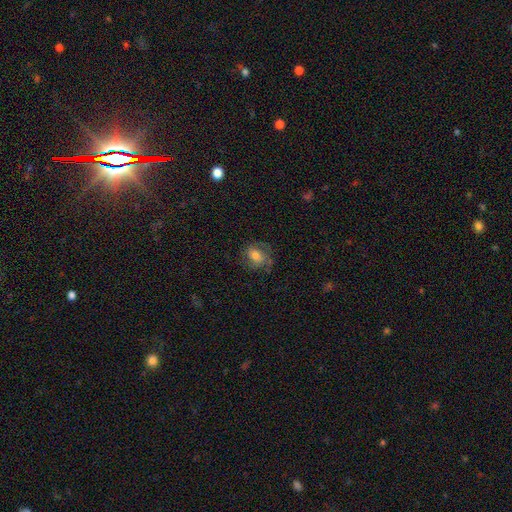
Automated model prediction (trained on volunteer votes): The model was most divided on "how rounded" (2-way tie): round: 49%, in between: 49%, cigar-shaped: 1%. More confident: merging — none (64%); smooth or featured — smooth (54%).